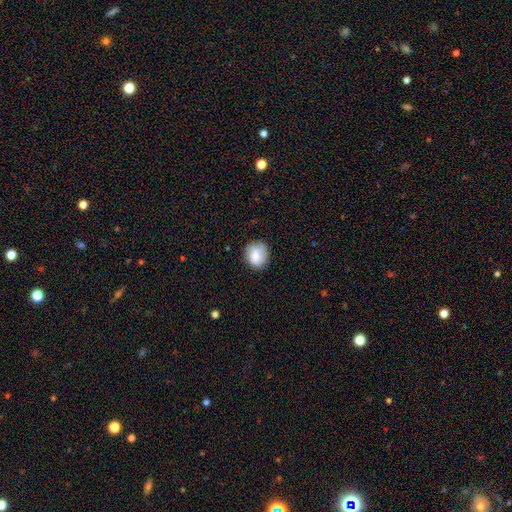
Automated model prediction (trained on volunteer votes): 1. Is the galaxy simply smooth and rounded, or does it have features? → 78% smooth, 14% featured or disk, 7% star or artifact.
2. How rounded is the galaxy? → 65% round, 34% in between, 1% cigar-shaped.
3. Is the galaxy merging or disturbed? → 73% none, 20% minor disturbance, 5% major disturbance, 2% merger.